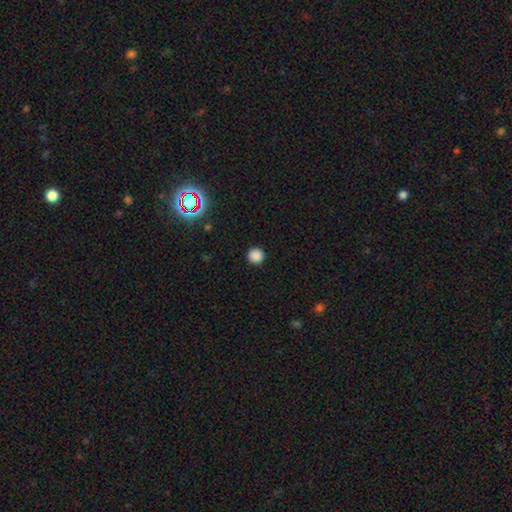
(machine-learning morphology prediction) type=smooth (86%); roundness=round (95%); merging=none (92%).